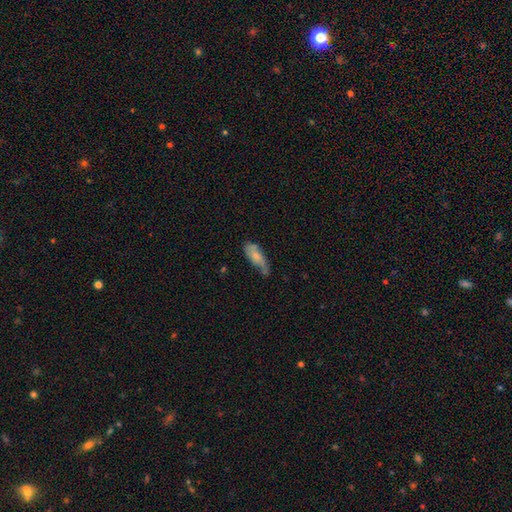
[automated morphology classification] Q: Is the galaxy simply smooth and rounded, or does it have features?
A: smooth — 66%.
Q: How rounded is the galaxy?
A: in between — 65%.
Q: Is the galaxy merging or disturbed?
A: none — 42%.